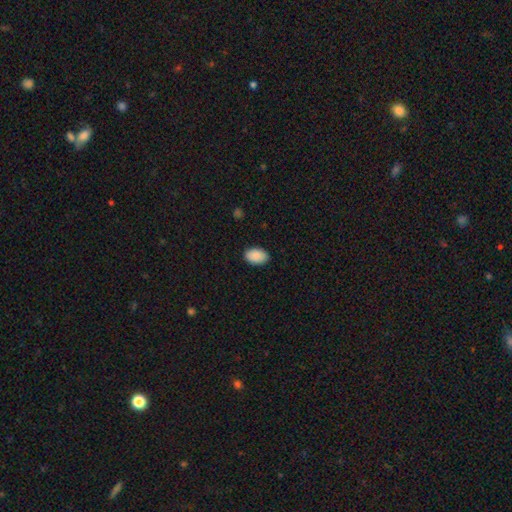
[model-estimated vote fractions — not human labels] This appears to be a smooth galaxy with no disk features (91%) that is in between round and cigar-shaped (90%). Merging: none (87%).